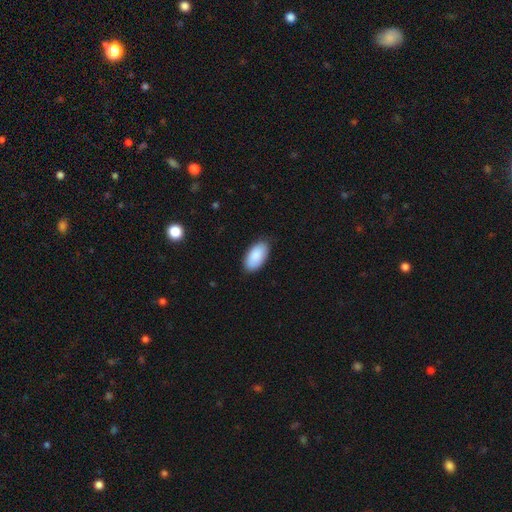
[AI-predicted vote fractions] This is clearly a smooth galaxy (90%). How rounded: clearly in between (96%). Merging: clearly none (85%).